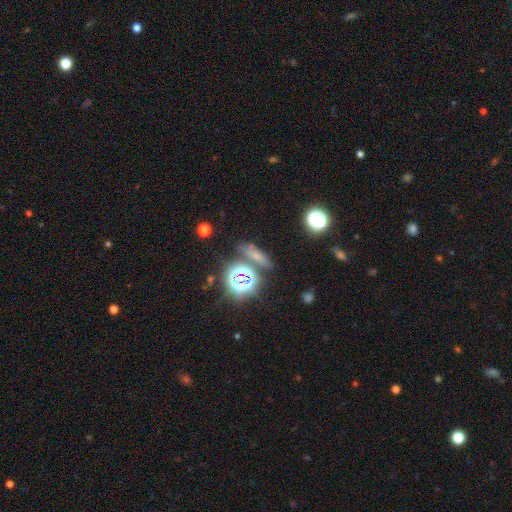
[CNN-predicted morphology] This is possibly a smooth galaxy (51%). How rounded: possibly cigar-shaped (51%). Merging: likely none (75%).